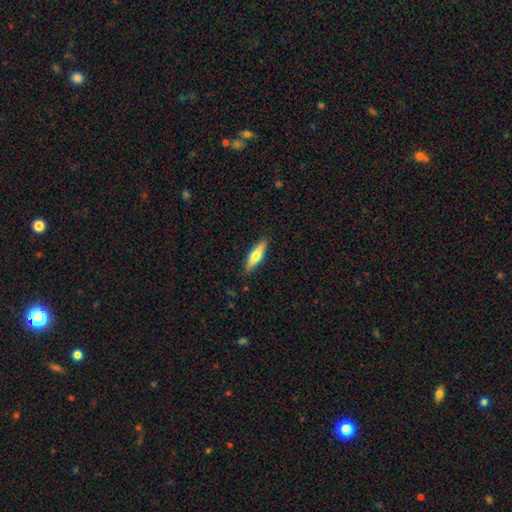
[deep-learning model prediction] smooth 55%, featured or disk 40%, star or artifact 6%. Down the decision tree: how rounded — cigar-shaped (65%); merging — none (88%).